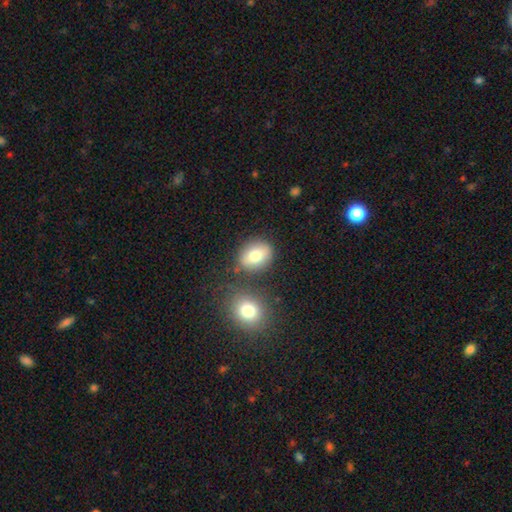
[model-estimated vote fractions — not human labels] Morphology: type=smooth (78%); roundness=in between (58%); merging=none (74%).